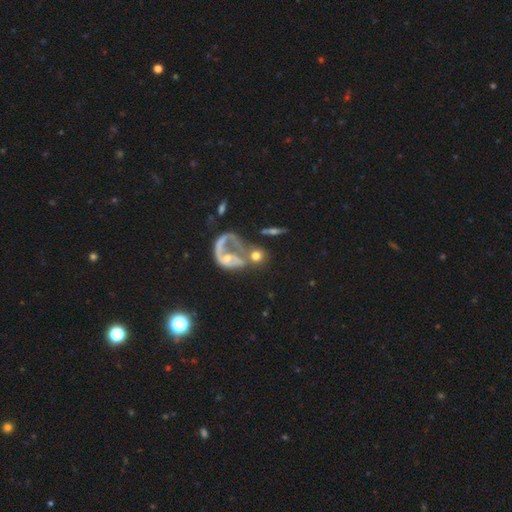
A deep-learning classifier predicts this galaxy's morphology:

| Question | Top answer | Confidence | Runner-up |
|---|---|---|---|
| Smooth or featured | featured or disk | 46% | smooth (44%) |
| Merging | merger | 42% | major disturbance (24%) |